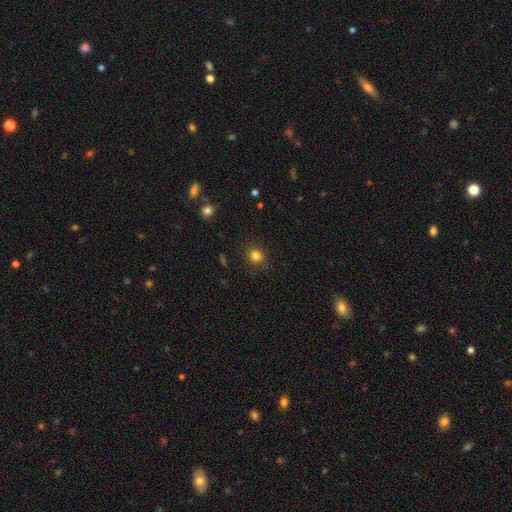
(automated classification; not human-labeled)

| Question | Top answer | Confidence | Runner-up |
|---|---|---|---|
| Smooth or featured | smooth | 82% | star or artifact (13%) |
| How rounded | round | 79% | in between (20%) |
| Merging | none | 87% | minor disturbance (9%) |